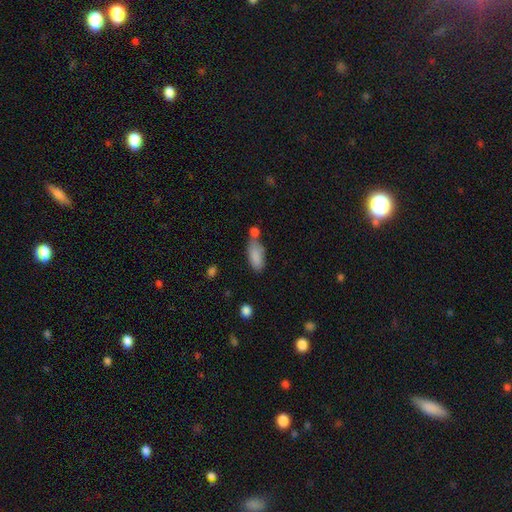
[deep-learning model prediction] This appears to be a smooth galaxy with no disk features (85%) that is in between round and cigar-shaped (87%). Merging: none (43%).